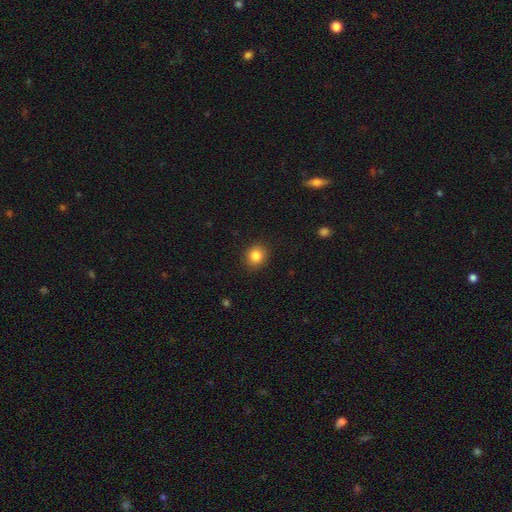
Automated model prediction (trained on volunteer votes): This appears to be a smooth galaxy with no disk features (85%) that is round (80%). Merging: none (90%).